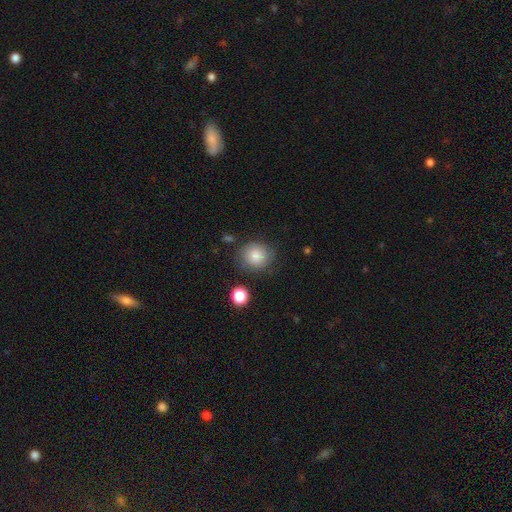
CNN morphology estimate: Overall: smooth (82%). How rounded: round (82%). Merging: none (79%).